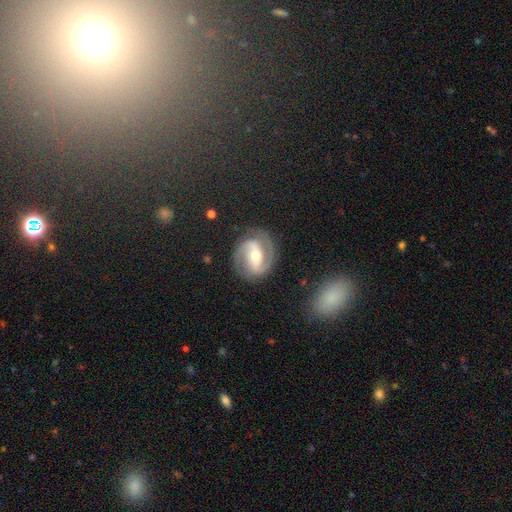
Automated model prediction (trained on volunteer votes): The model was most divided on "spiral winding": medium: 49%, tight: 40%, loose: 11%. More confident: edge-on disk — no (98%); spiral arms — yes (96%); spiral arm count — 2 (92%); smooth or featured — featured or disk (88%); merging — none (85%); bulge size — moderate (64%); bar — strong (51%).